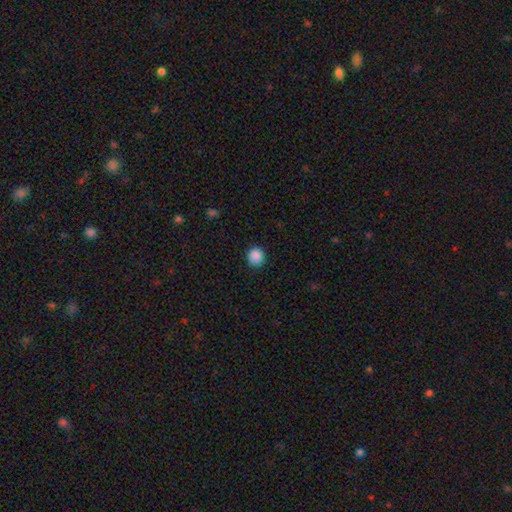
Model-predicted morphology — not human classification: A smooth galaxy with no disk features (88%) that is round (89%).

Vote fractions:
- Smooth or featured? smooth: 88% / star or artifact: 9% / featured or disk: 3%
- How rounded? round: 89% / in between: 10% / cigar-shaped: 1%
- Merging? none: 89% / minor disturbance: 7% / major disturbance: 2% / merger: 1%